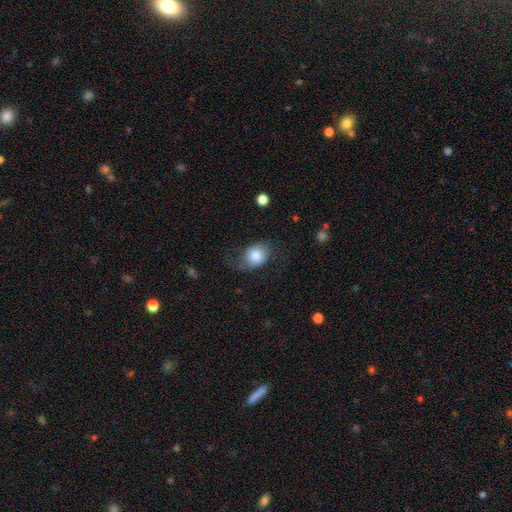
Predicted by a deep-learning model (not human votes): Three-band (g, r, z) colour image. It shows a smooth galaxy with no disk features (74%) that is in between round and cigar-shaped (55%). Merging: none (53%).